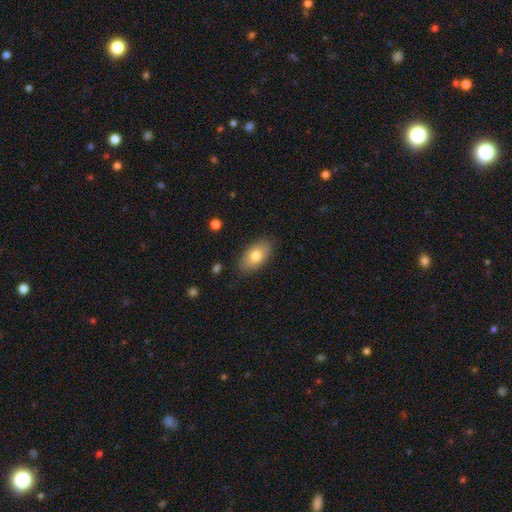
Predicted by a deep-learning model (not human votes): The model was most divided on "smooth or featured": smooth: 76%, featured or disk: 18%, star or artifact: 6%. More confident: how rounded — in between (93%); merging — none (83%).